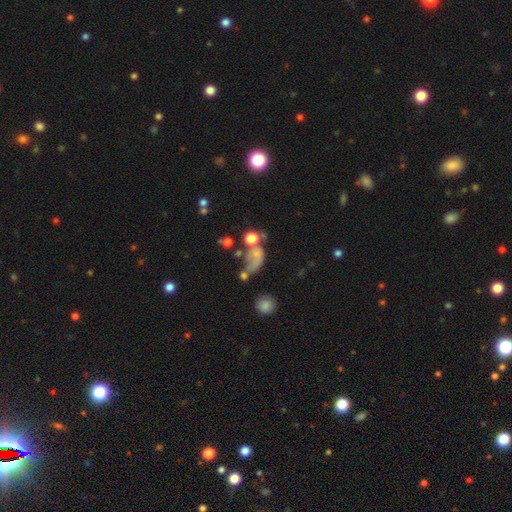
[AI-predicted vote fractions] smooth_or_featured: smooth (p=0.58) [alt: featured or disk p=0.25]
how_rounded: in between (p=0.69) [alt: round p=0.28]
merging: major disturbance (p=0.31) [alt: merger p=0.27]